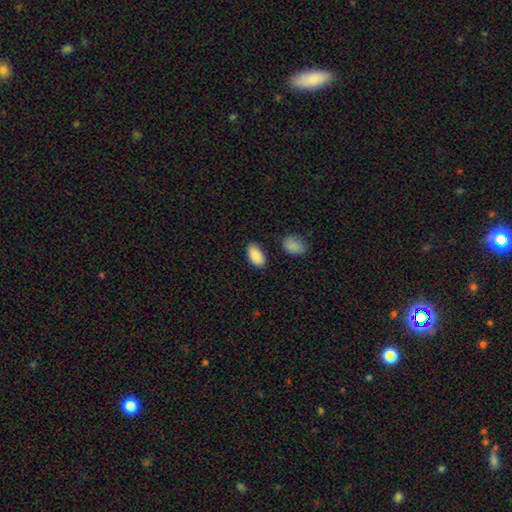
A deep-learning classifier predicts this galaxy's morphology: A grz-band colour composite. It shows a smooth galaxy with no disk features (90%) that is in between round and cigar-shaped (95%). Merging: none (82%).